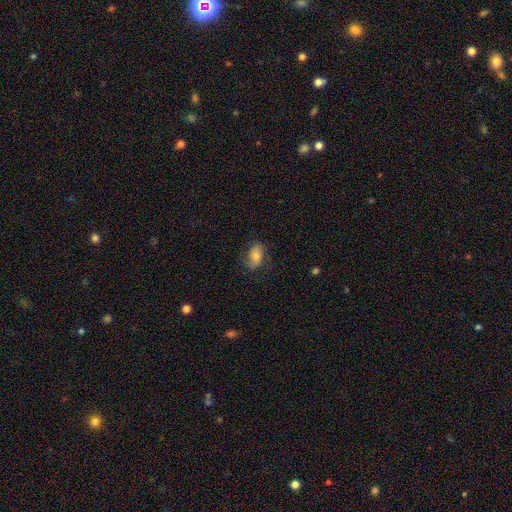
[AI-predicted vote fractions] A smooth galaxy with no disk features (65%) that is in between round and cigar-shaped (89%).

Vote fractions:
- Smooth or featured? smooth: 65% / featured or disk: 26% / star or artifact: 9%
- How rounded? in between: 89% / round: 8% / cigar-shaped: 3%
- Merging? none: 72% / minor disturbance: 20% / major disturbance: 7% / merger: 1%